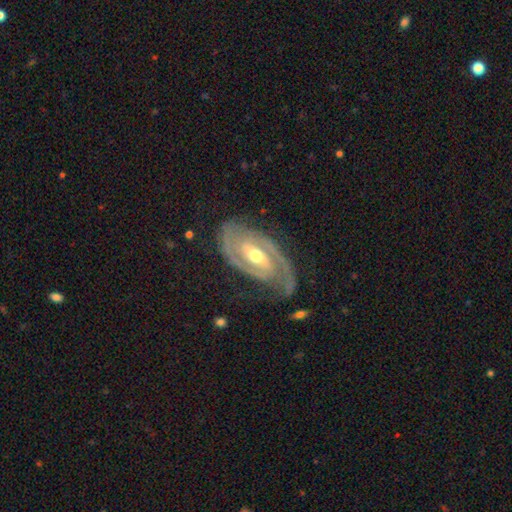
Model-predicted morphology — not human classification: This appears to be a featured or disk galaxy (91%) with a weak bar (40%), 2 (84%) tight (54%) spiral arms (97%) and a moderate central bulge (69%). Merging: none (70%).